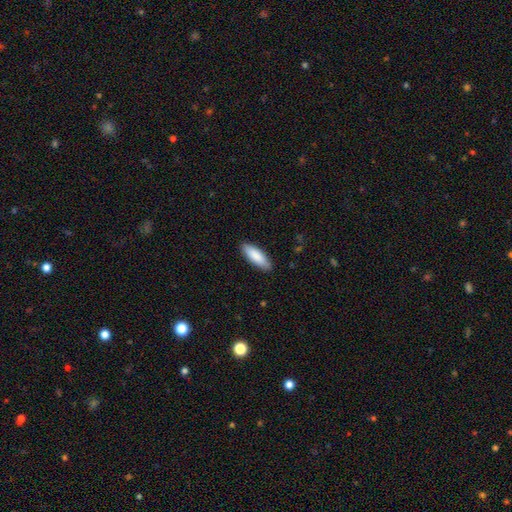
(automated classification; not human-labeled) Smooth or featured? smooth (87%)
How rounded? in between (60%)
Merging? none (88%)